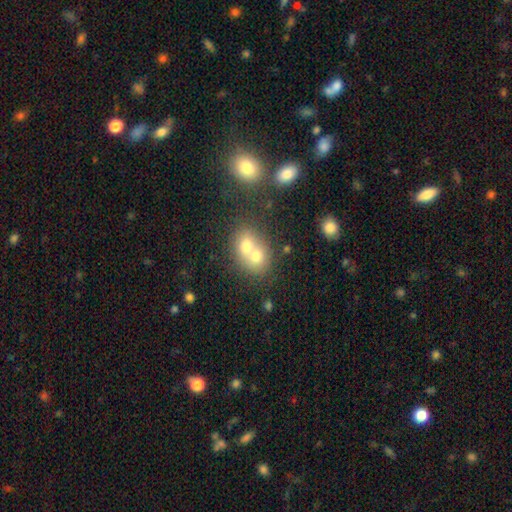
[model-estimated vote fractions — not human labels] smooth-or-featured: smooth: 66% | featured or disk: 23% | star or artifact: 11%
  how-rounded: round: 61% | in between: 38% | cigar-shaped: 1%
  merging: merger: 71% | none: 21% | minor disturbance: 5% | major disturbance: 3%